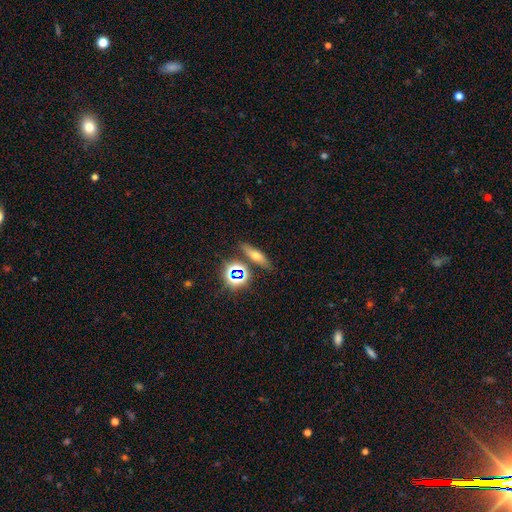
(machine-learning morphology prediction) A smooth galaxy with no disk features (51%) that is cigar-shaped (55%).

Vote fractions:
- Smooth or featured? smooth: 51% / featured or disk: 28% / star or artifact: 21%
- How rounded? cigar-shaped: 55% / in between: 35% / round: 11%
- Merging? none: 80% / minor disturbance: 11% / merger: 6% / major disturbance: 3%